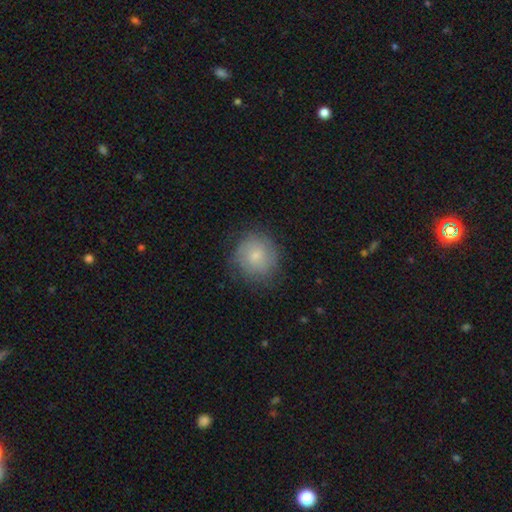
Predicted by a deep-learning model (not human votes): Q: Smooth or featured?
A: smooth (73%); runner-up: featured or disk (19%)
Q: How rounded?
A: round (89%); runner-up: in between (10%)
Q: Merging?
A: none (74%); runner-up: minor disturbance (18%)